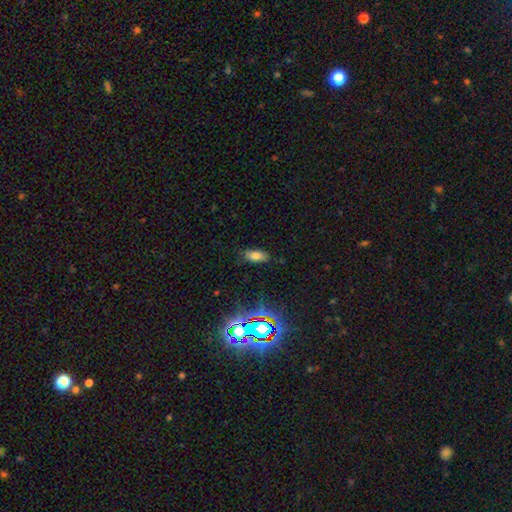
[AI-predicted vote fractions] This is likely a smooth galaxy (69%). How rounded: clearly in between (87%). Merging: clearly none (83%).